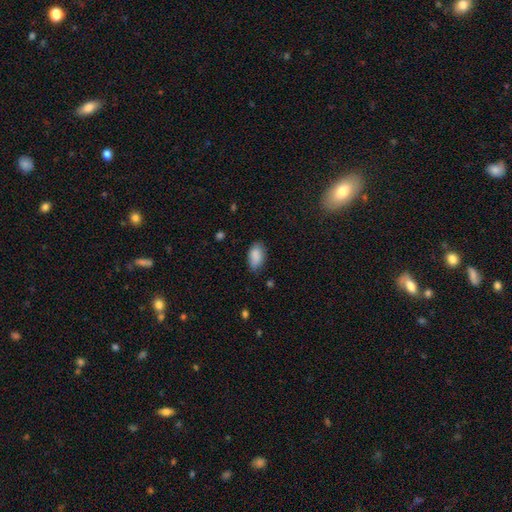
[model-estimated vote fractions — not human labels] This is clearly a smooth galaxy (87%). How rounded: clearly in between (92%). Merging: likely none (70%).